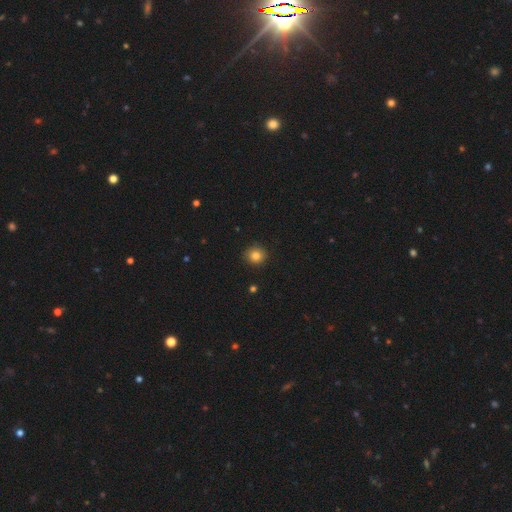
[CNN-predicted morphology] smooth 83%, star or artifact 12%, featured or disk 6%. Down the decision tree: how rounded — round (89%); merging — none (91%).